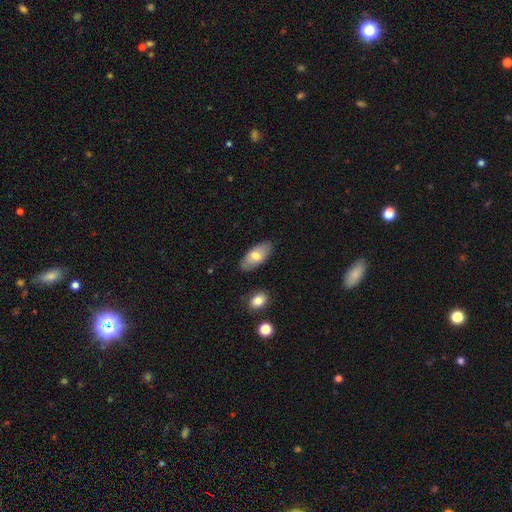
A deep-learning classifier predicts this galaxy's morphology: The model was most divided on "smooth or featured": smooth: 69%, featured or disk: 25%, star or artifact: 6%. More confident: how rounded — in between (91%); merging — none (84%).